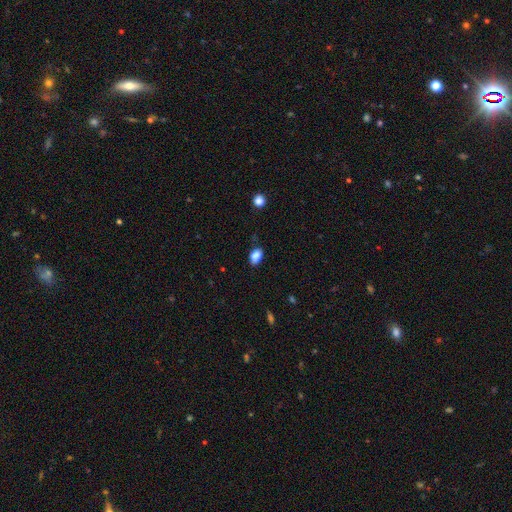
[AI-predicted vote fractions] Overall: smooth (86%). How rounded: in between (88%). Merging: none (75%).